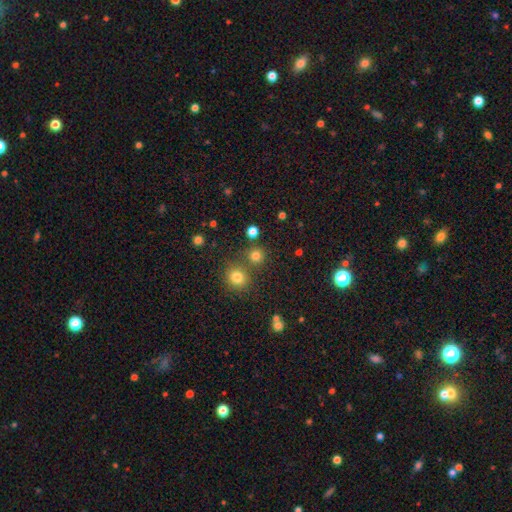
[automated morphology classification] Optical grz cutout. It shows a smooth galaxy with no disk features (77%) that is round (92%). Merging: none (75%).